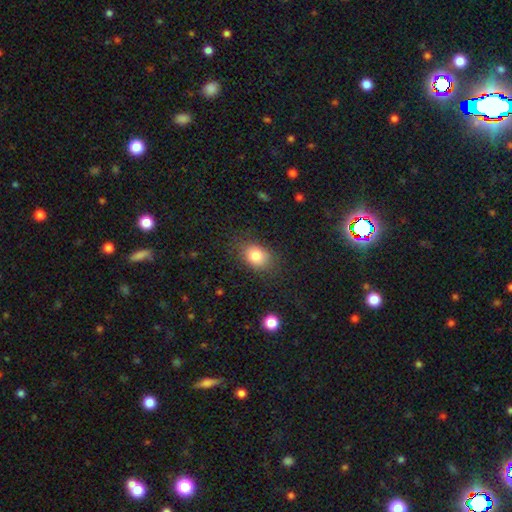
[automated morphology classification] This appears to be a smooth galaxy with no disk features (82%) that is in between round and cigar-shaped (66%). Merging: none (79%).